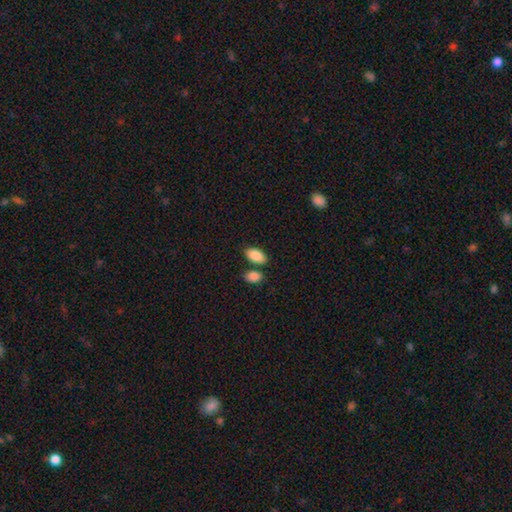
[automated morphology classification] Smooth or featured? Predicted: smooth (p=0.89). How rounded? Predicted: in between (p=0.94). Merging? Predicted: none (p=0.72).